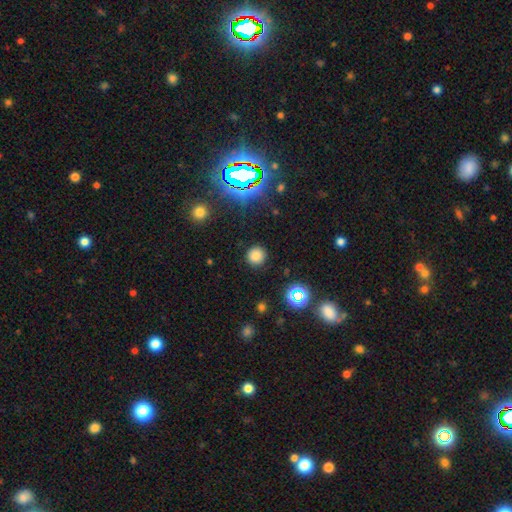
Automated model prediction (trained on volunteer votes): A smooth galaxy with no disk features (77%) that is round (93%).

Vote fractions:
- Smooth or featured? smooth: 77% / star or artifact: 18% / featured or disk: 5%
- How rounded? round: 93% / in between: 6% / cigar-shaped: 1%
- Merging? none: 89% / minor disturbance: 7% / major disturbance: 3% / merger: 1%